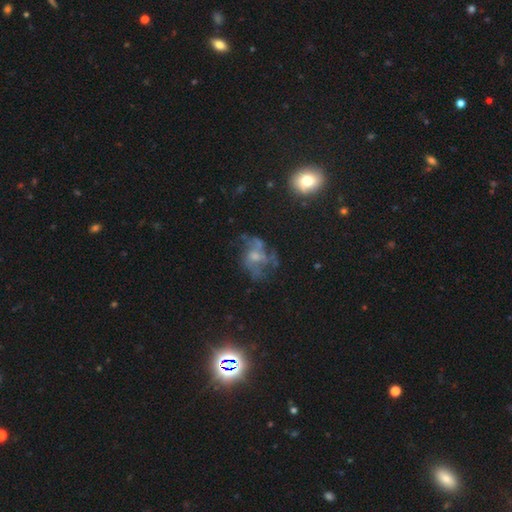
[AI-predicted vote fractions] Morphology: type=featured or disk (60%); edge-on=no (97%); bar=no (72%); spiral arms=yes (52%); bulge=moderate (39%); merging=none (44%).